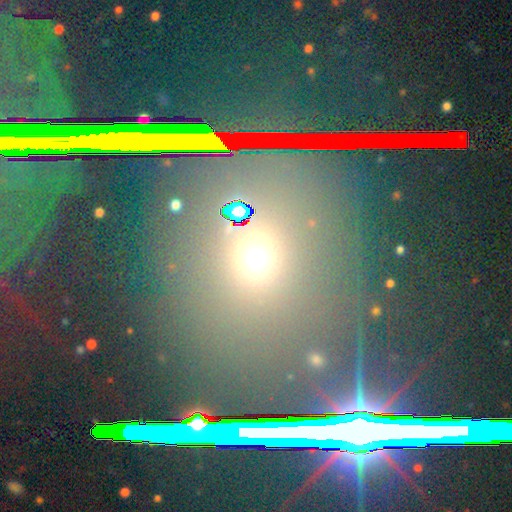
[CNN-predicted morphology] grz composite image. It shows a smooth galaxy with no disk features (56%) that is round (66%). Merging: none (71%).